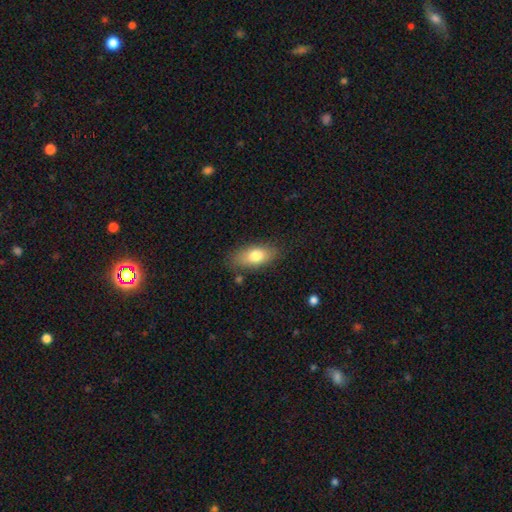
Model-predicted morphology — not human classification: smooth_or_featured: smooth (p=0.75) [alt: featured or disk p=0.18]
how_rounded: in between (p=0.86) [alt: cigar-shaped p=0.09]
merging: none (p=0.78) [alt: minor disturbance p=0.15]